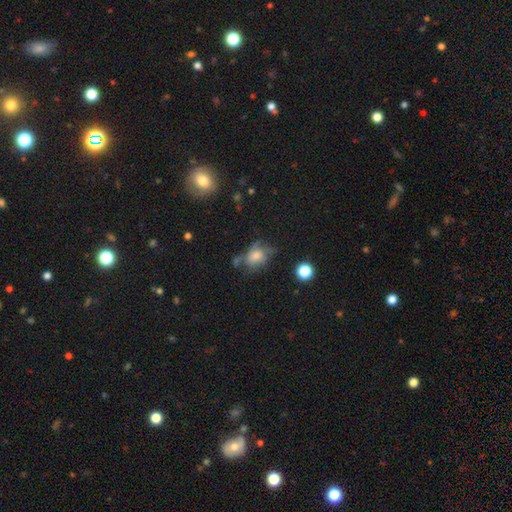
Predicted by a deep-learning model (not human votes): This is possibly a smooth galaxy (47%). Merging: marginally none (40%).